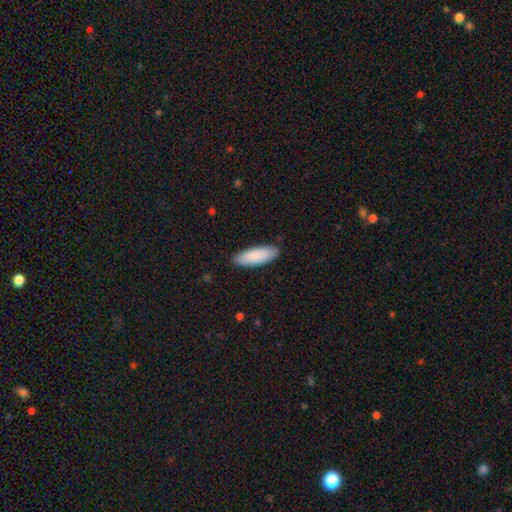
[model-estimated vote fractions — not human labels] smooth_or_featured: smooth (p=0.89) [alt: featured or disk p=0.06]
how_rounded: in between (p=0.63) [alt: cigar-shaped p=0.36]
merging: none (p=0.89) [alt: minor disturbance p=0.08]